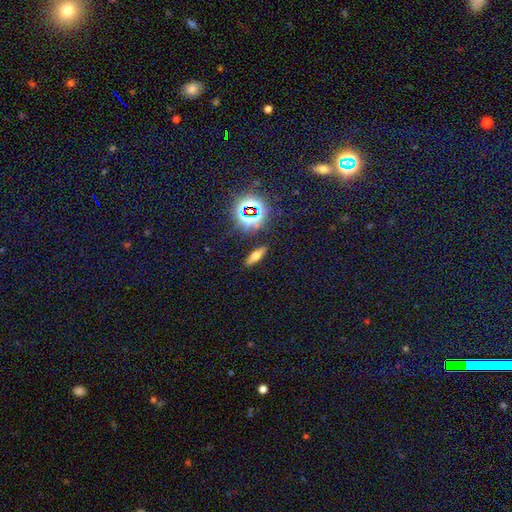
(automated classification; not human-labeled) The model was most divided on "smooth or featured": smooth: 47%, featured or disk: 28%, star or artifact: 25%. More confident: merging — none (88%).